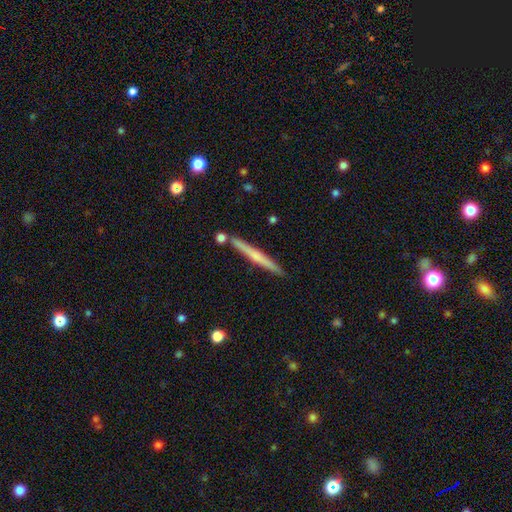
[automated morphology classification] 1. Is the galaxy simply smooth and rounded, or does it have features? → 48% featured or disk, 46% smooth, 6% star or artifact.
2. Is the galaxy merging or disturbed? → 87% none, 8% minor disturbance, 4% merger, 2% major disturbance.